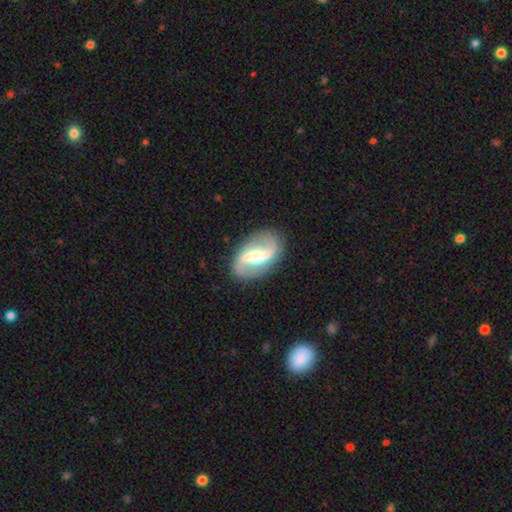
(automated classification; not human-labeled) smooth_or_featured: featured or disk (p=0.85) [alt: smooth p=0.10]
disk_edge_on: no (p=0.96) [alt: yes p=0.04]
bar: strong (p=0.49) [alt: weak p=0.35]
has_spiral_arms: yes (p=0.92) [alt: no p=0.08]
spiral_winding: loose (p=0.70) [alt: medium p=0.23]
spiral_arm_count: 2 (p=0.93) [alt: can't tell p=0.02]
bulge_size: moderate (p=0.55) [alt: small p=0.33]
merging: none (p=0.86) [alt: minor disturbance p=0.09]